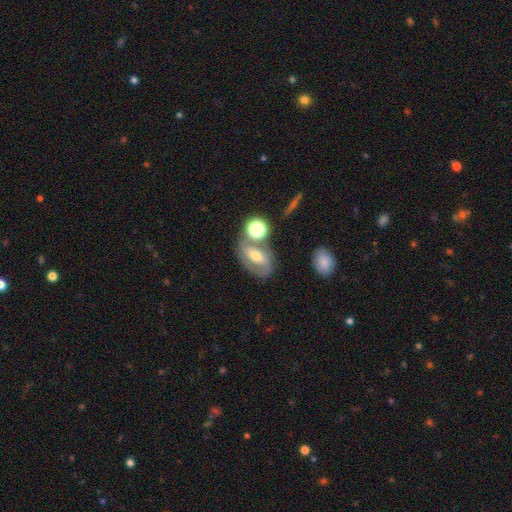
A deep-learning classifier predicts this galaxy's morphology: Q: Smooth or featured?
A: featured or disk (58%); runner-up: smooth (30%)
Q: Edge-on disk?
A: no (92%); runner-up: yes (8%)
Q: Bar?
A: strong (39%); runner-up: weak (33%)
Q: Spiral arms?
A: yes (71%); runner-up: no (29%)
Q: Bulge size?
A: moderate (62%); runner-up: small (28%)
Q: Merging?
A: none (59%); runner-up: merger (17%)